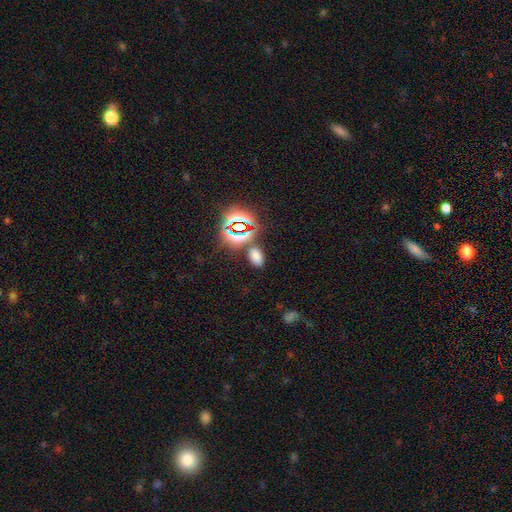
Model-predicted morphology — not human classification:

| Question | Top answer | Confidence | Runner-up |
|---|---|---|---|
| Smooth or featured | smooth | 65% | star or artifact (29%) |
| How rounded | in between | 88% | round (10%) |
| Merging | none | 78% | minor disturbance (10%) |